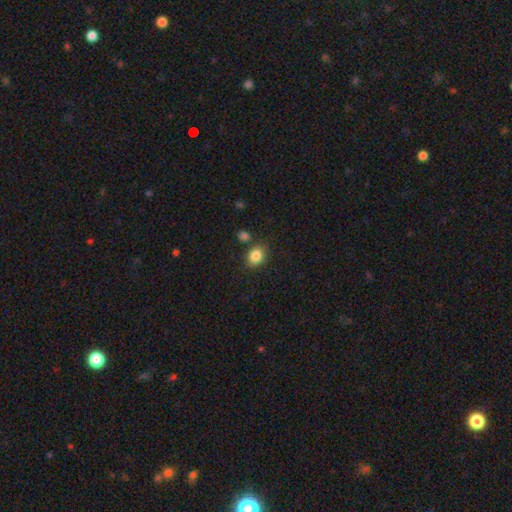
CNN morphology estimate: Smooth or featured? smooth (85%)
How rounded? in between (60%)
Merging? none (74%)